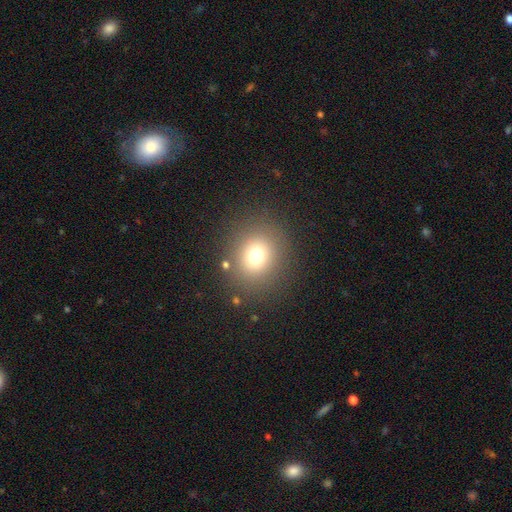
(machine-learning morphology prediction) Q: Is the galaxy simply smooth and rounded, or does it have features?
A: smooth — 73%.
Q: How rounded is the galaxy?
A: round — 80%.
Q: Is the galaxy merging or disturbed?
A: none — 86%.